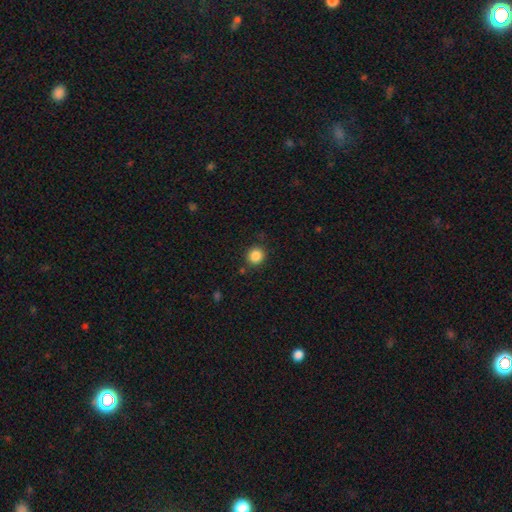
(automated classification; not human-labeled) This is clearly a smooth galaxy (86%). How rounded: clearly round (89%). Merging: clearly none (87%).